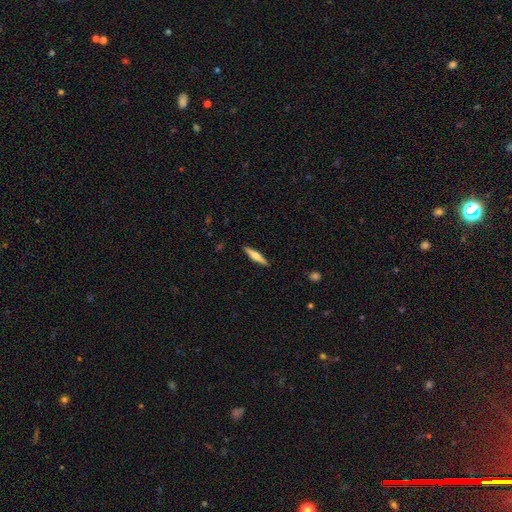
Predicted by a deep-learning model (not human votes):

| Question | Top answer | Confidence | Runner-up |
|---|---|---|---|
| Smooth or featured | smooth | 50% | featured or disk (44%) |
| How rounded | cigar-shaped | 84% | in between (14%) |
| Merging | none | 91% | minor disturbance (7%) |